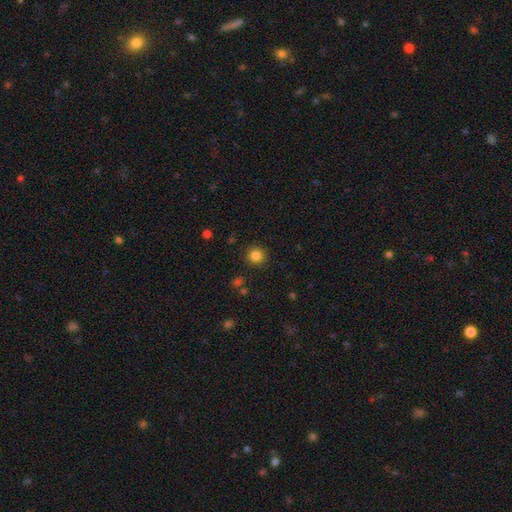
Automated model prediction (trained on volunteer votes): This appears to be a smooth galaxy with no disk features (84%) that is round (93%). Merging: none (90%).